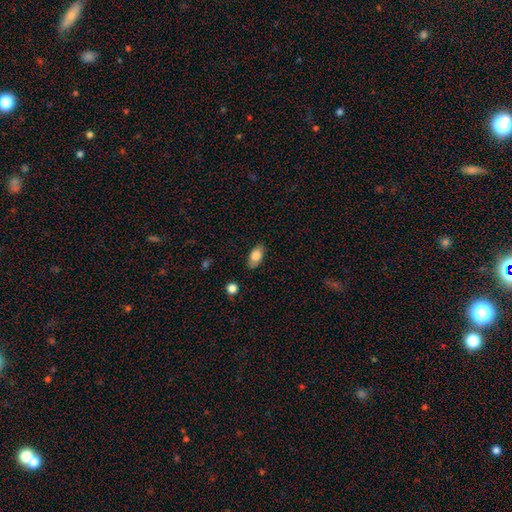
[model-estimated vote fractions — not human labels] The model was most divided on "smooth or featured": smooth: 82%, featured or disk: 11%, star or artifact: 7%. More confident: how rounded — in between (91%); merging — none (84%).